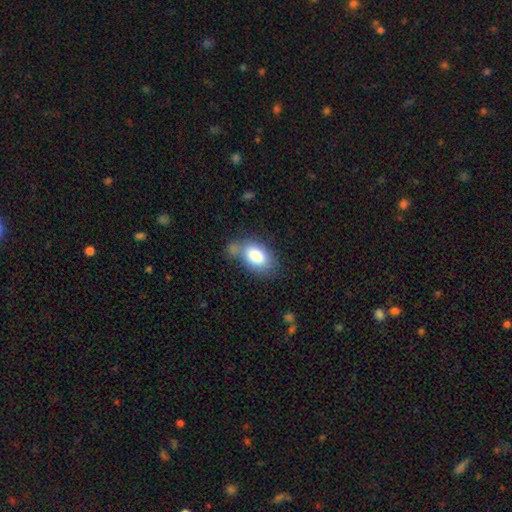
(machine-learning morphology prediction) This appears to be a smooth galaxy with no disk features (82%) that is in between round and cigar-shaped (89%). Merging: none (52%).